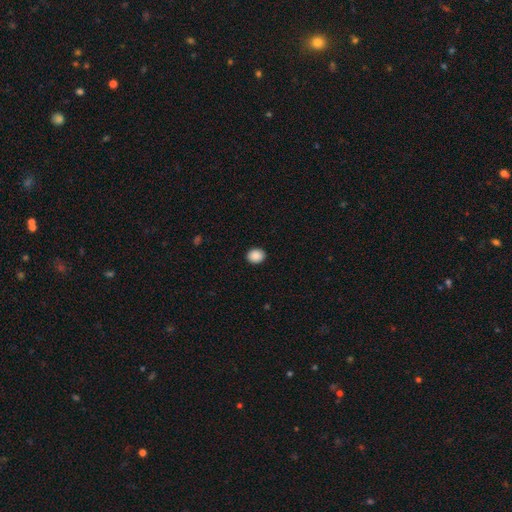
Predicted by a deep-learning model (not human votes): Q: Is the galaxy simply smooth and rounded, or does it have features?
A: smooth — 89%.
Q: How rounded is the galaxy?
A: round — 64%.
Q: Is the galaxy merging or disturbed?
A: none — 91%.